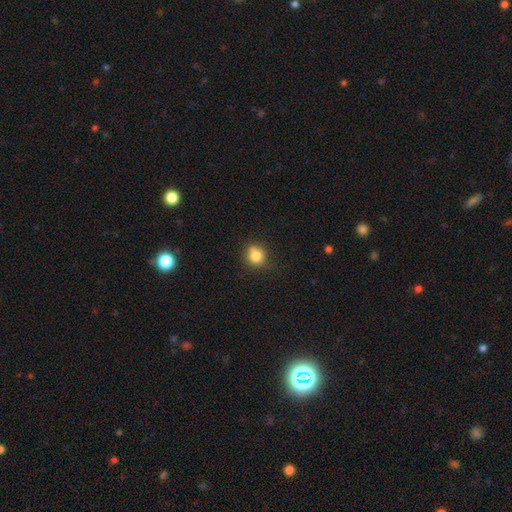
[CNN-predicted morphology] smooth-or-featured: smooth: 81% | star or artifact: 11% | featured or disk: 8%
  how-rounded: round: 81% | in between: 18% | cigar-shaped: 1%
  merging: none: 65% | minor disturbance: 20% | merger: 10% | major disturbance: 5%